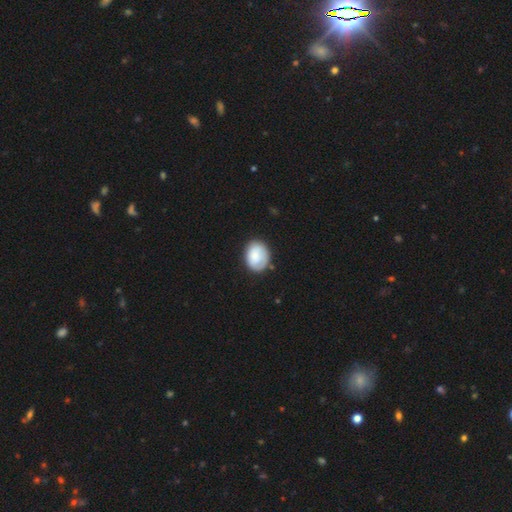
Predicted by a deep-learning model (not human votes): Morphology: type=smooth (80%); roundness=in between (64%); merging=none (75%).